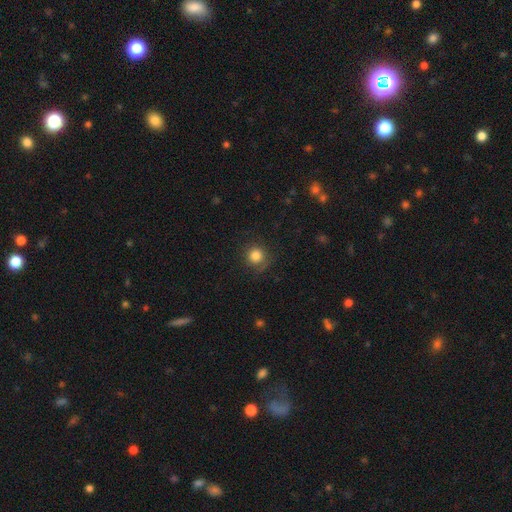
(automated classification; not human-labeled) smooth 82%, star or artifact 12%, featured or disk 6%. Down the decision tree: how rounded — round (92%); merging — none (79%).